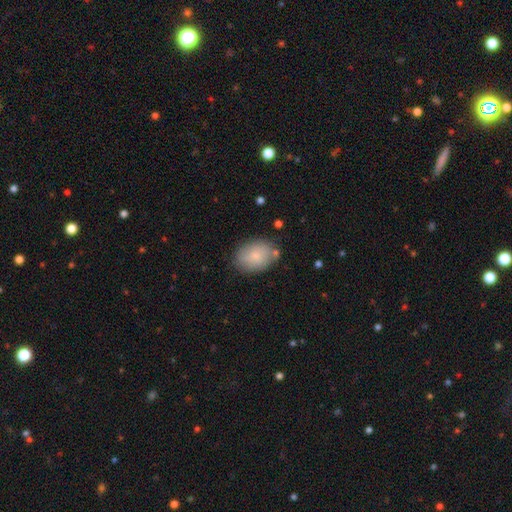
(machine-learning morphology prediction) smooth_or_featured: smooth (p=0.80) [alt: featured or disk p=0.13]
how_rounded: in between (p=0.81) [alt: round p=0.18]
merging: none (p=0.77) [alt: minor disturbance p=0.16]